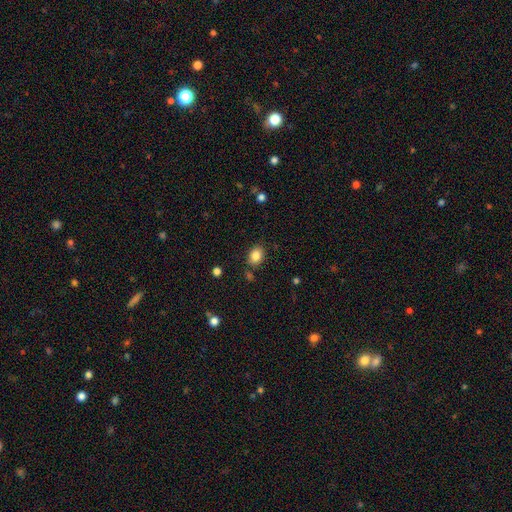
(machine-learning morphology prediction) Q: Smooth or featured?
A: smooth (84%); runner-up: star or artifact (10%)
Q: How rounded?
A: in between (66%); runner-up: round (33%)
Q: Merging?
A: none (81%); runner-up: minor disturbance (11%)